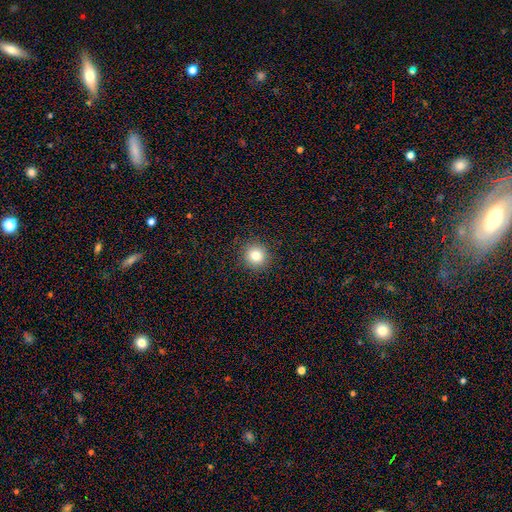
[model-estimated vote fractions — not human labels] smooth 81%, star or artifact 12%, featured or disk 7%. Down the decision tree: how rounded — round (93%); merging — none (91%).